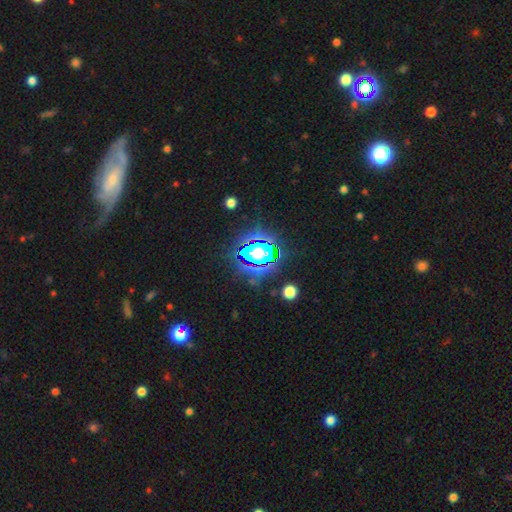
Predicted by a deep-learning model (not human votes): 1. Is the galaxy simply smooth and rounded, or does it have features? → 76% star or artifact, 13% smooth, 11% featured or disk.